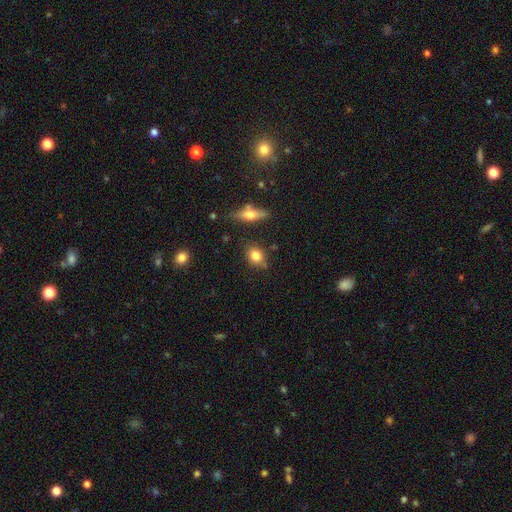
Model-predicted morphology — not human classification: Smooth or featured?
  - smooth: 78% *
  - featured or disk: 12%
  - star or artifact: 9%
How rounded?
  - in between: 49% *
  - round: 48%
  - cigar-shaped: 3%
Merging?
  - none: 76% *
  - minor disturbance: 15%
  - merger: 5%
  - major disturbance: 4%